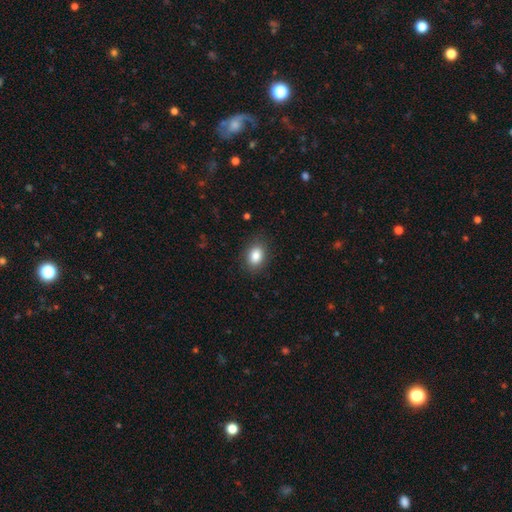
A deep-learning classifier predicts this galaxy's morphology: A smooth galaxy with no disk features (86%) that is in between round and cigar-shaped (79%).

Vote fractions:
- Smooth or featured? smooth: 86% / star or artifact: 8% / featured or disk: 6%
- How rounded? in between: 79% / round: 19% / cigar-shaped: 1%
- Merging? none: 85% / minor disturbance: 11% / major disturbance: 3% / merger: 1%